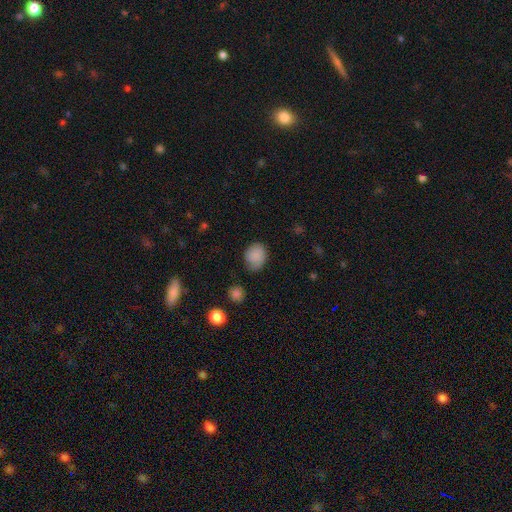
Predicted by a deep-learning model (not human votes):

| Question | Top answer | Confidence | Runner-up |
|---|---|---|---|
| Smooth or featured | smooth | 84% | star or artifact (9%) |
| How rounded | round | 53% | in between (46%) |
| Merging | none | 69% | minor disturbance (24%) |